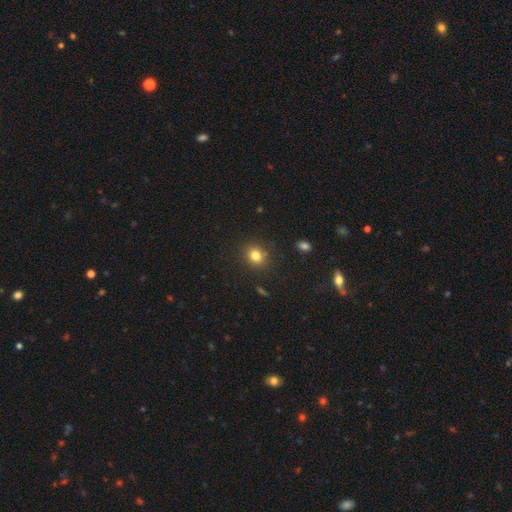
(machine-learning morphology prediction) Smooth or featured? Predicted: smooth (p=0.80). How rounded? Predicted: round (p=0.69). Merging? Predicted: none (p=0.84).